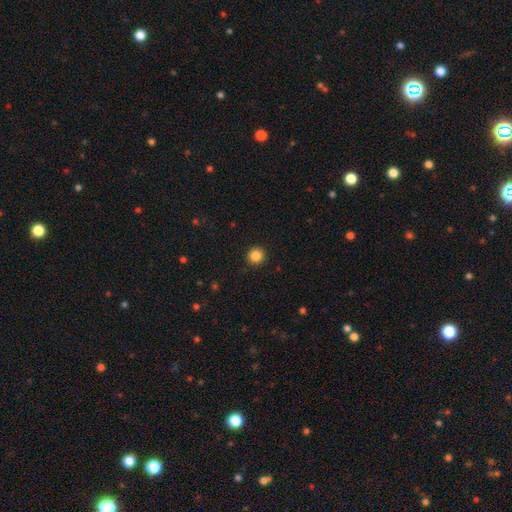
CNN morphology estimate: This appears to be a smooth galaxy with no disk features (86%) that is round (94%). Merging: none (92%).